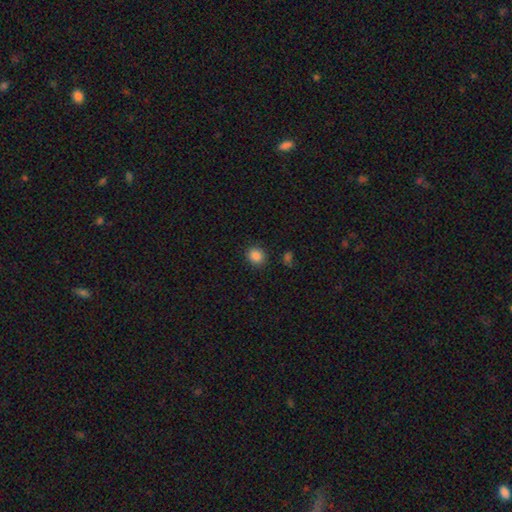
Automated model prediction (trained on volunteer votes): This appears to be a smooth galaxy with no disk features (86%) that is round (79%). Merging: none (88%).